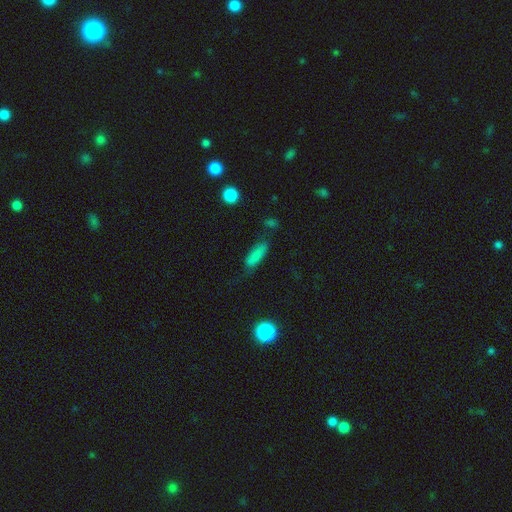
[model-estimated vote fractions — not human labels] The model was most divided on "how rounded": in between: 58%, cigar-shaped: 39%, round: 3%. More confident: smooth or featured — smooth (80%); merging — none (59%).